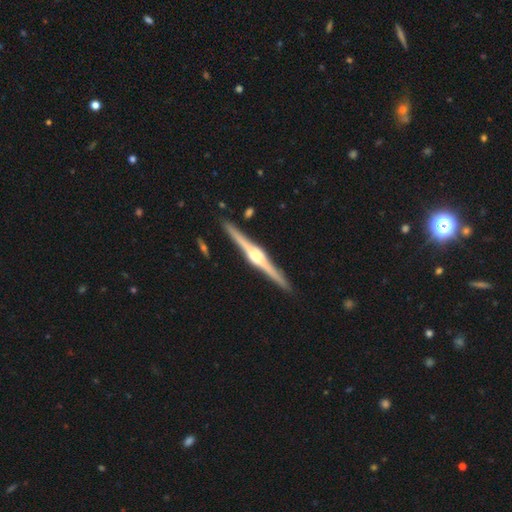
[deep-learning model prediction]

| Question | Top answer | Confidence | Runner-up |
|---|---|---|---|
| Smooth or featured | featured or disk | 88% | smooth (7%) |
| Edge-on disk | yes | 99% | no (1%) |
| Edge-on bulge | rounded | 90% | boxy (7%) |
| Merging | none | 92% | minor disturbance (5%) |